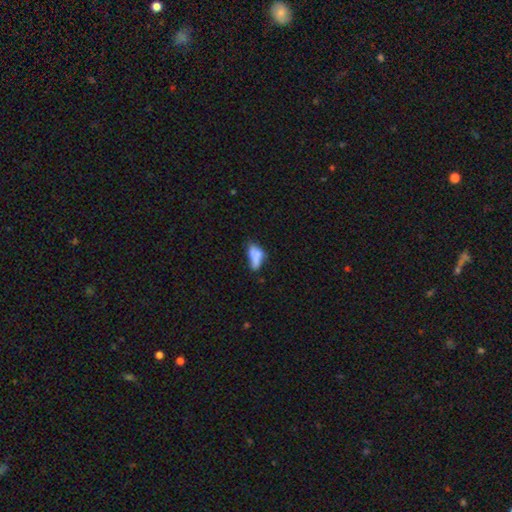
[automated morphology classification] smooth 70%, featured or disk 21%, star or artifact 10%. Down the decision tree: how rounded — in between (79%); merging — none (31%).